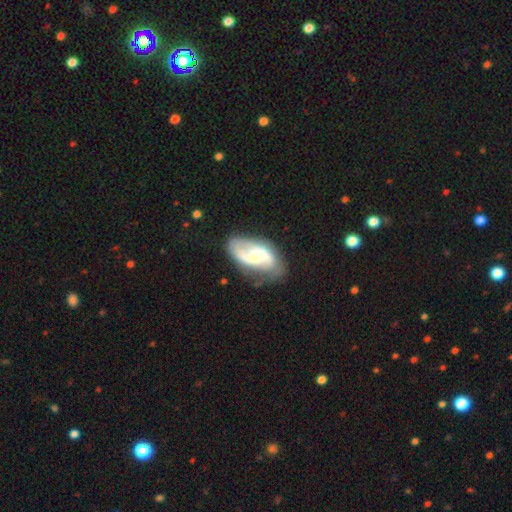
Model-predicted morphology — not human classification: Smooth or featured? Predicted: featured or disk (p=0.73). Edge-on disk? Predicted: no (p=0.96). Bar? Predicted: no (p=0.43). Spiral arms? Predicted: yes (p=0.91). Spiral winding? Predicted: loose (p=0.43). Spiral arm count? Predicted: 2 (p=0.82). Bulge size? Predicted: small (p=0.49). Merging? Predicted: none (p=0.60).